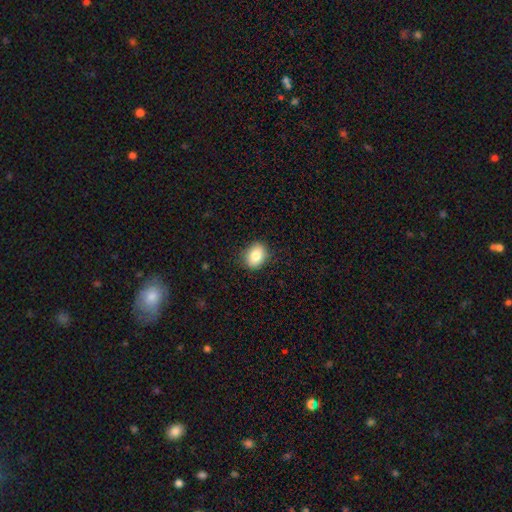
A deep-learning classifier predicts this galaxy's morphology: smooth_or_featured: smooth (p=0.82) [alt: featured or disk p=0.09]
how_rounded: in between (p=0.58) [alt: round p=0.40]
merging: none (p=0.87) [alt: minor disturbance p=0.09]